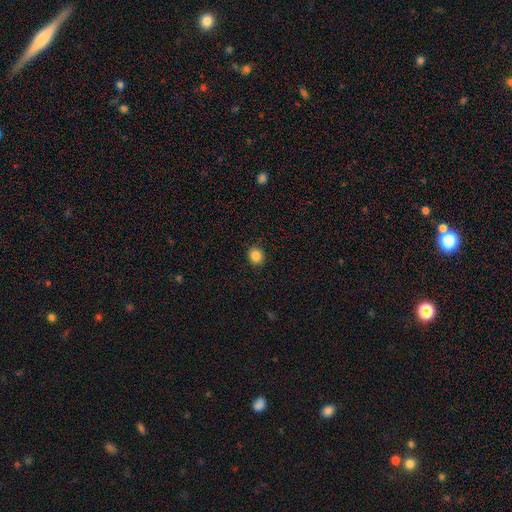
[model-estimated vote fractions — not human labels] Morphology: type=smooth (85%); roundness=round (78%); merging=none (90%).